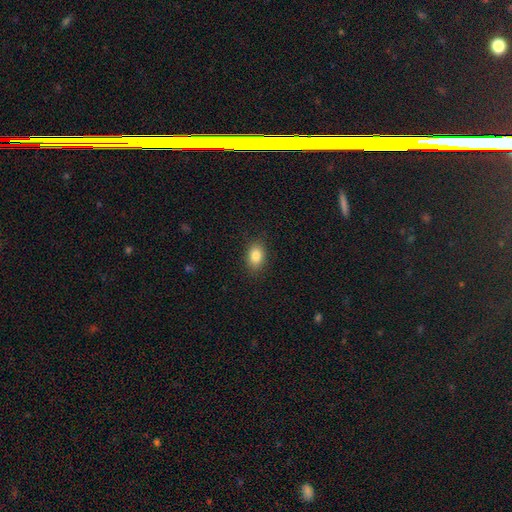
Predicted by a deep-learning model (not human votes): Smooth or featured?
  - smooth: 85% *
  - star or artifact: 9%
  - featured or disk: 6%
How rounded?
  - in between: 82% *
  - round: 17%
  - cigar-shaped: 2%
Merging?
  - none: 88% *
  - minor disturbance: 9%
  - major disturbance: 2%
  - merger: 1%